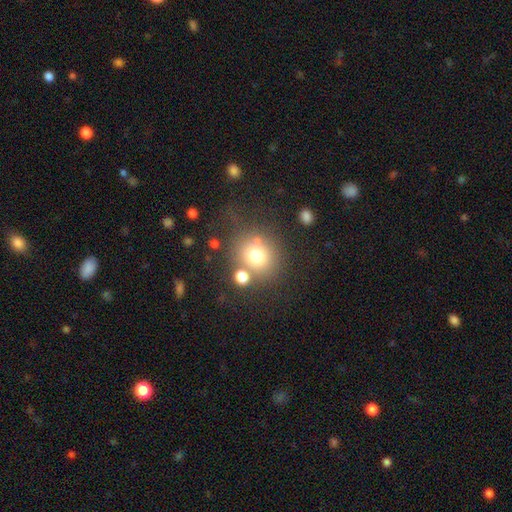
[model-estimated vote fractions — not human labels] This is likely a smooth galaxy (72%). How rounded: clearly round (87%). Merging: likely none (64%).